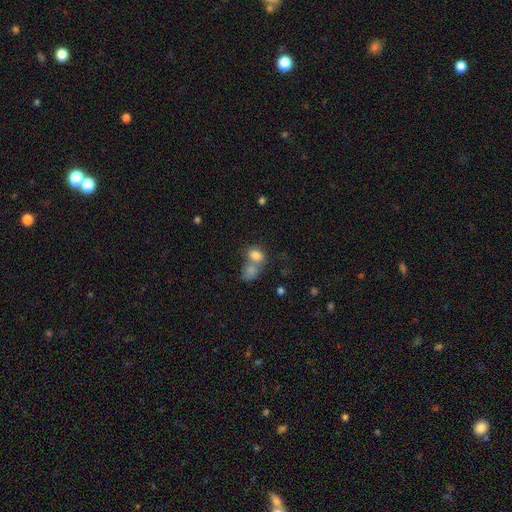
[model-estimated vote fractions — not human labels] Smooth or featured? smooth (81%)
How rounded? in between (73%)
Merging? merger (59%)